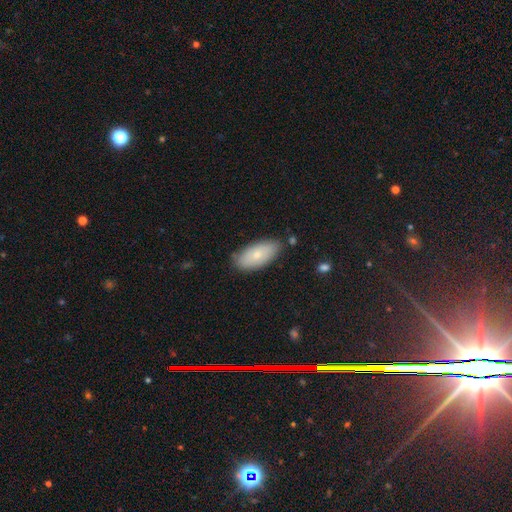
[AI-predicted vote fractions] Smooth or featured?
  - smooth: 72% *
  - featured or disk: 21%
  - star or artifact: 6%
How rounded?
  - in between: 92% *
  - cigar-shaped: 6%
  - round: 3%
Merging?
  - none: 79% *
  - minor disturbance: 16%
  - major disturbance: 3%
  - merger: 3%